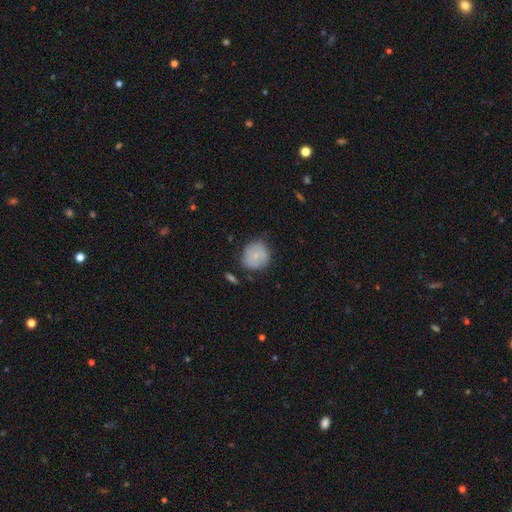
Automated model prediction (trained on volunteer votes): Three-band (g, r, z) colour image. It shows a smooth galaxy with no disk features (71%) that is round (88%). Merging: none (68%).